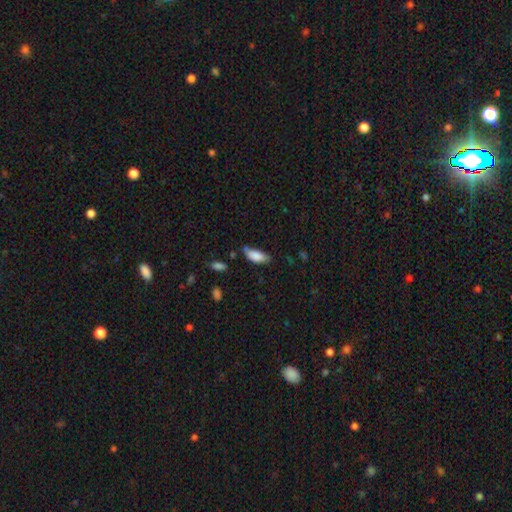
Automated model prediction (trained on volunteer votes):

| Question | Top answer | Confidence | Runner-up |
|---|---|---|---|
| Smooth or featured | smooth | 84% | featured or disk (9%) |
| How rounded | in between | 84% | cigar-shaped (14%) |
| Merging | none | 53% | minor disturbance (33%) |